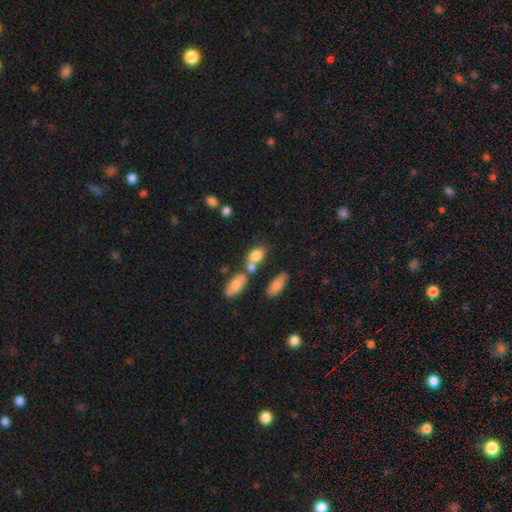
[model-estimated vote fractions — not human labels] smooth 80%, featured or disk 11%, star or artifact 9%. Down the decision tree: how rounded — in between (70%); merging — none (42%).